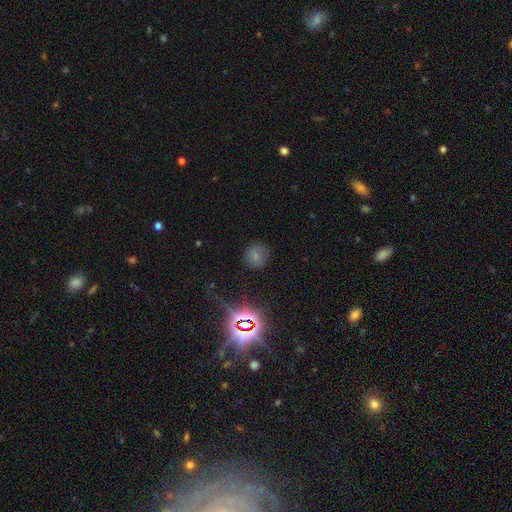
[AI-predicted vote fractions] smooth_or_featured: smooth (p=0.62) [alt: star or artifact p=0.26]
how_rounded: round (p=0.86) [alt: in between p=0.13]
merging: none (p=0.80) [alt: minor disturbance p=0.13]